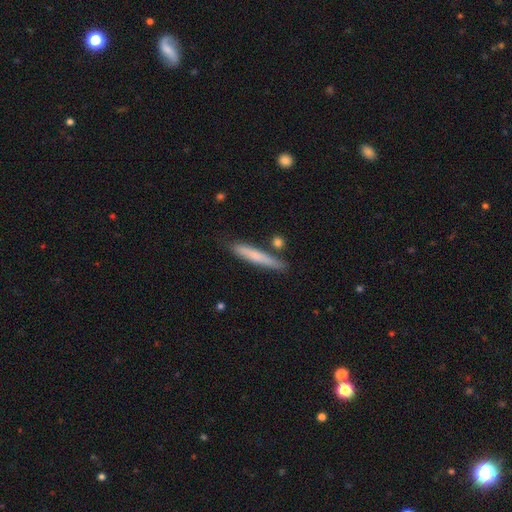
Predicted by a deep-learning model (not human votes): The model was most divided on "smooth or featured": smooth: 68%, featured or disk: 26%, star or artifact: 6%. More confident: how rounded — cigar-shaped (94%); merging — none (78%).